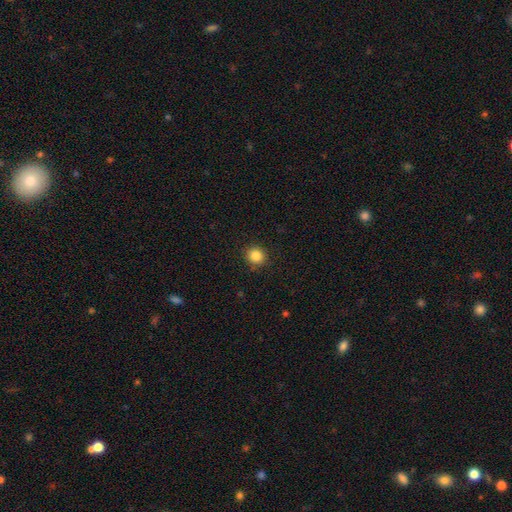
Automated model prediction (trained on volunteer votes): Smooth or featured? Predicted: smooth (p=0.85). How rounded? Predicted: round (p=0.88). Merging? Predicted: none (p=0.89).